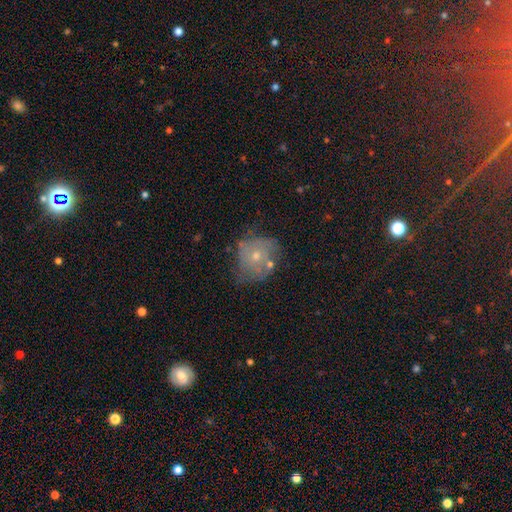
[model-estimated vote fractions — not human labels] featured or disk 47%, smooth 42%, star or artifact 11%. Down the decision tree: merging — none (46%).